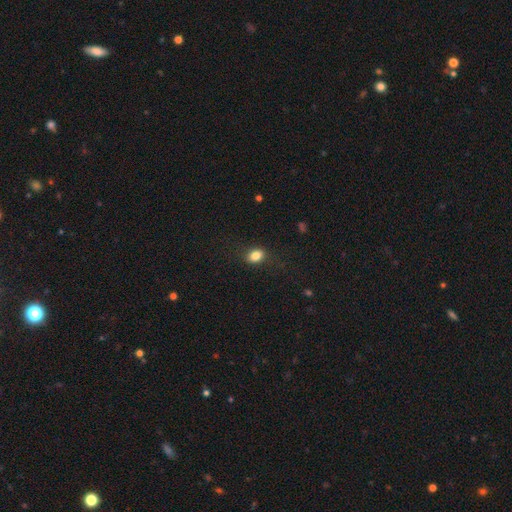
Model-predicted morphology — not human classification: A smooth galaxy with no disk features (83%) that is in between round and cigar-shaped (65%). Merging: none (82%).